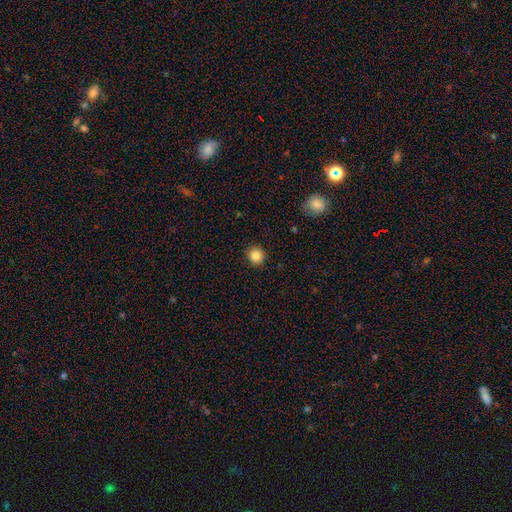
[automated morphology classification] smooth_or_featured: smooth (p=0.85) [alt: star or artifact p=0.11]
how_rounded: round (p=0.91) [alt: in between p=0.08]
merging: none (p=0.92) [alt: minor disturbance p=0.06]